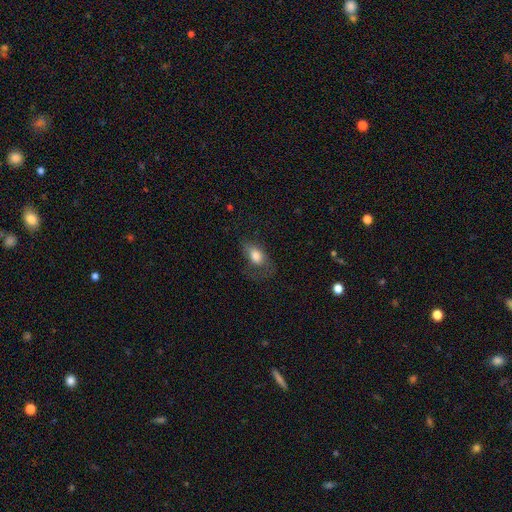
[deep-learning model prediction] The model was most divided on "merging": none: 45%, major disturbance: 28%, minor disturbance: 25%, merger: 2%. More confident: how rounded — in between (86%); smooth or featured — smooth (74%).